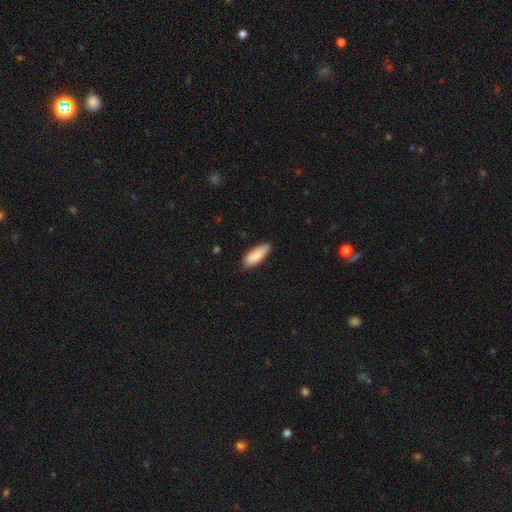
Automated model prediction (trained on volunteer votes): Q: Smooth or featured?
A: smooth (87%); runner-up: featured or disk (7%)
Q: How rounded?
A: in between (73%); runner-up: cigar-shaped (26%)
Q: Merging?
A: none (73%); runner-up: minor disturbance (23%)